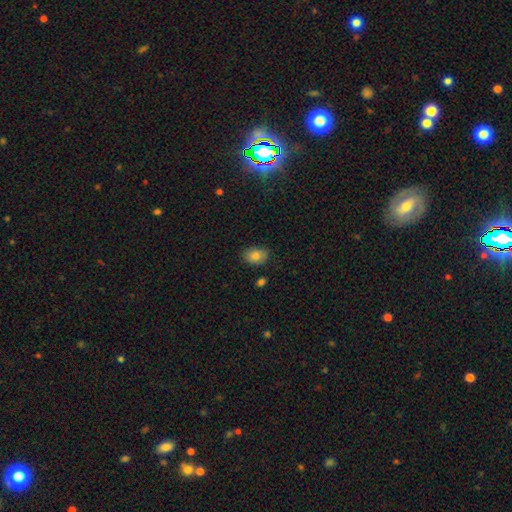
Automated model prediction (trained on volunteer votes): This appears to be a smooth galaxy with no disk features (83%) that is in between round and cigar-shaped (76%). Merging: none (82%).